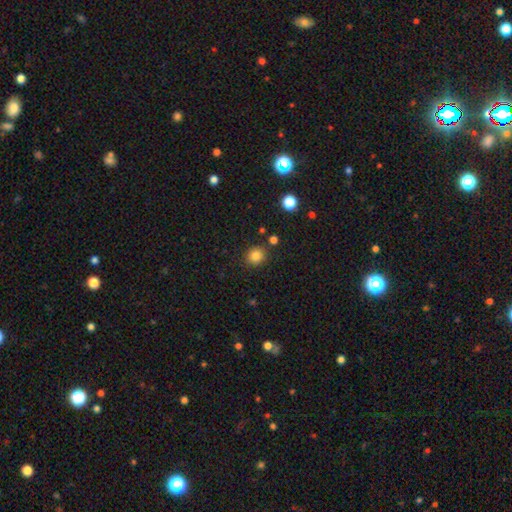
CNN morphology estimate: smooth 84%, star or artifact 12%, featured or disk 5%. Down the decision tree: how rounded — round (82%); merging — none (86%).